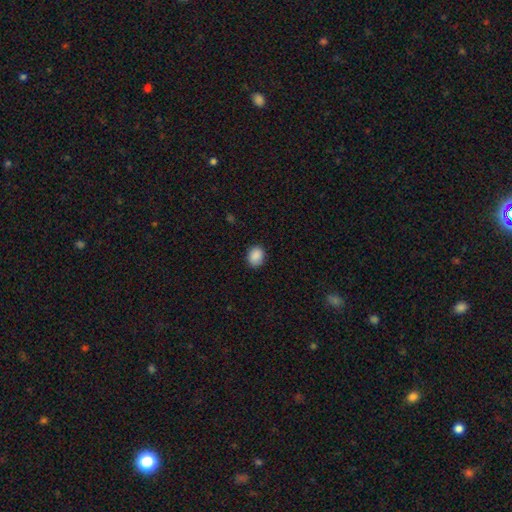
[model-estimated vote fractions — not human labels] A smooth galaxy with no disk features (89%) that is in between round and cigar-shaped (53%). Merging: none (86%).